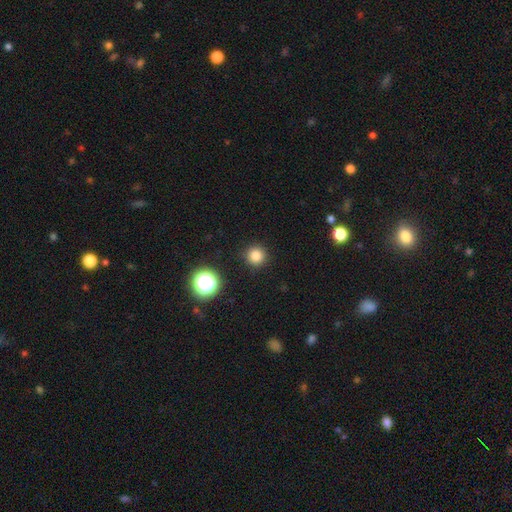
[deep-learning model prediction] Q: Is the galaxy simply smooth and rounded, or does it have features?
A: smooth — 81%.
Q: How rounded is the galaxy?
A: round — 96%.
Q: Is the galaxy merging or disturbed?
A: none — 92%.